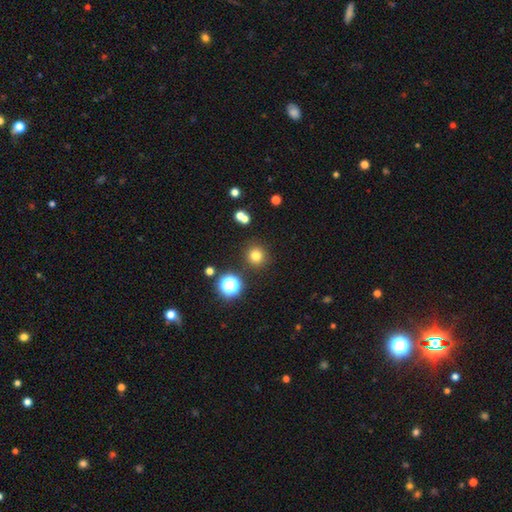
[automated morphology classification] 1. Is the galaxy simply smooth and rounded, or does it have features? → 76% smooth, 17% star or artifact, 6% featured or disk.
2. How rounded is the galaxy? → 95% round, 4% in between, 1% cigar-shaped.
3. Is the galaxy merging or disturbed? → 88% none, 6% minor disturbance, 3% merger, 3% major disturbance.